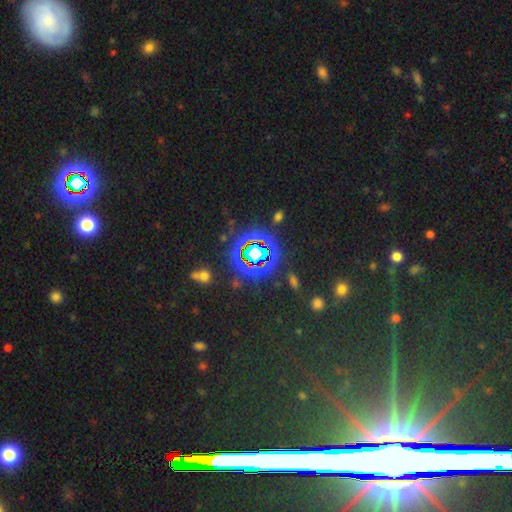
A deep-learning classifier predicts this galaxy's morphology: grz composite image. It shows a star or artifact, not a galaxy (76%).